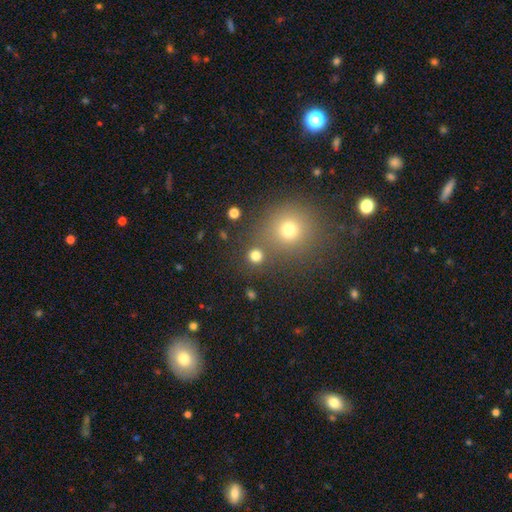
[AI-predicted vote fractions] smooth-or-featured: smooth: 79% | star or artifact: 16% | featured or disk: 5%
  how-rounded: round: 92% | in between: 7% | cigar-shaped: 1%
  merging: none: 79% | merger: 12% | minor disturbance: 6% | major disturbance: 3%